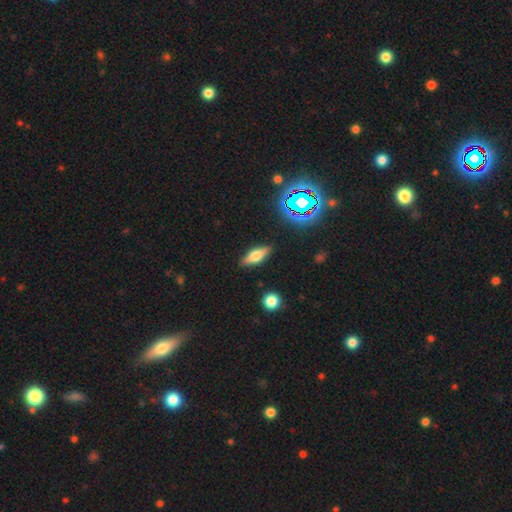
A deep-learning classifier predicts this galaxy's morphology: Smooth or featured? Predicted: smooth (p=0.50). How rounded? Predicted: in between (p=0.55). Merging? Predicted: none (p=0.86).